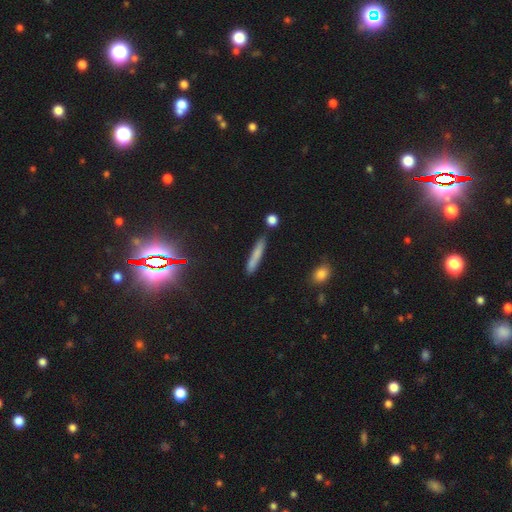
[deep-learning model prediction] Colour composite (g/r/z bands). It shows a smooth galaxy with no disk features (73%) that is cigar-shaped (92%). Merging: none (84%).